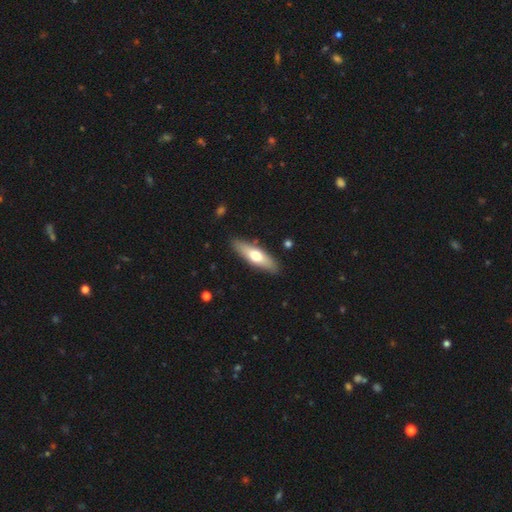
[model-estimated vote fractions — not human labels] Q: Smooth or featured?
A: smooth (56%); runner-up: featured or disk (39%)
Q: How rounded?
A: cigar-shaped (59%); runner-up: in between (39%)
Q: Merging?
A: none (88%); runner-up: minor disturbance (8%)